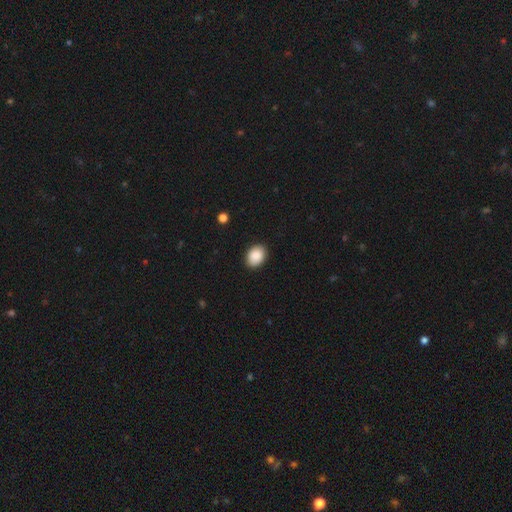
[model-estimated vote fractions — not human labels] The model was most divided on "how rounded": in between: 72%, round: 27%, cigar-shaped: 1%. More confident: smooth or featured — smooth (89%); merging — none (89%).